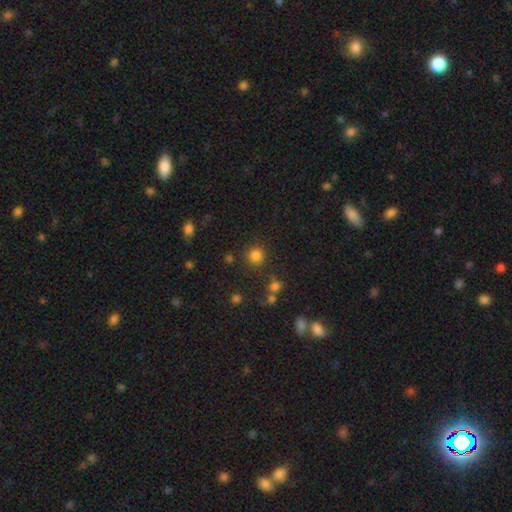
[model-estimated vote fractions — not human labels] The model was most divided on "smooth or featured": smooth: 81%, star or artifact: 15%, featured or disk: 5%. More confident: how rounded — round (92%); merging — none (84%).